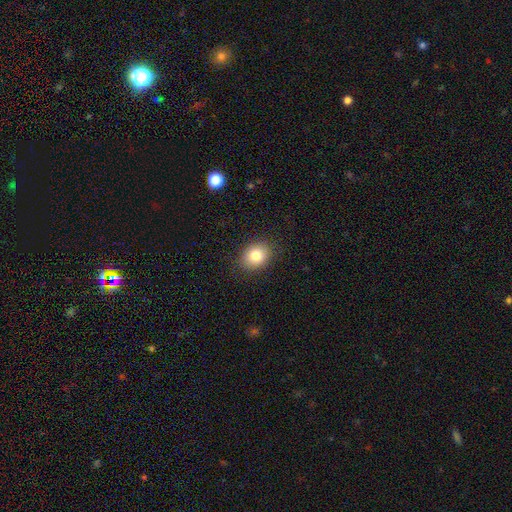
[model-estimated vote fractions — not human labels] A smooth galaxy with no disk features (83%) that is in between round and cigar-shaped (55%). Merging: none (87%).